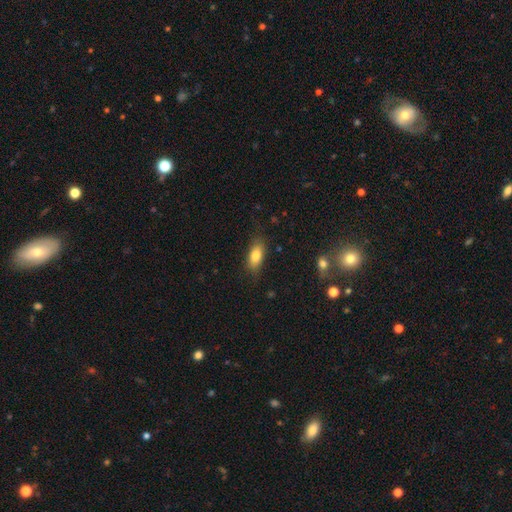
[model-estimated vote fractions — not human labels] The model was most divided on "merging": none: 80%, minor disturbance: 15%, major disturbance: 4%, merger: 2%. More confident: how rounded — in between (84%); smooth or featured — smooth (81%).